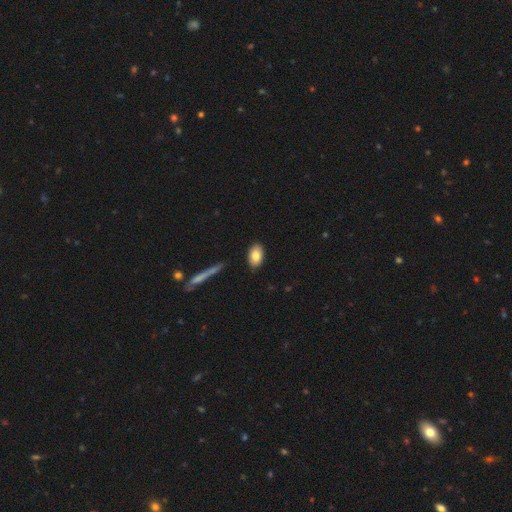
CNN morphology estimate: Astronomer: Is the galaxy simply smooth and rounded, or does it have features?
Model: smooth — 81%.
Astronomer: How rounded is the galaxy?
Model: in between — 91%.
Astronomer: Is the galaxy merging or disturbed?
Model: none — 88%.